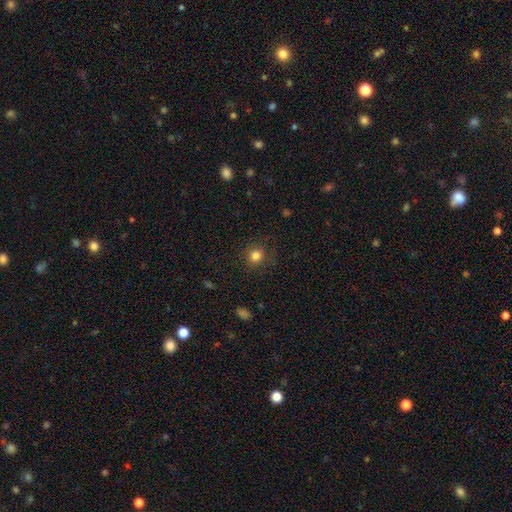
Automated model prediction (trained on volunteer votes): This appears to be a smooth galaxy with no disk features (82%) that is round (86%). Merging: none (84%).